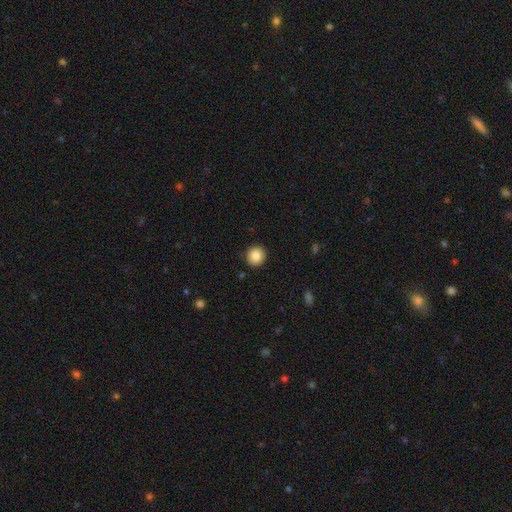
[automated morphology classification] Smooth or featured? Predicted: smooth (p=0.86). How rounded? Predicted: round (p=0.92). Merging? Predicted: none (p=0.92).